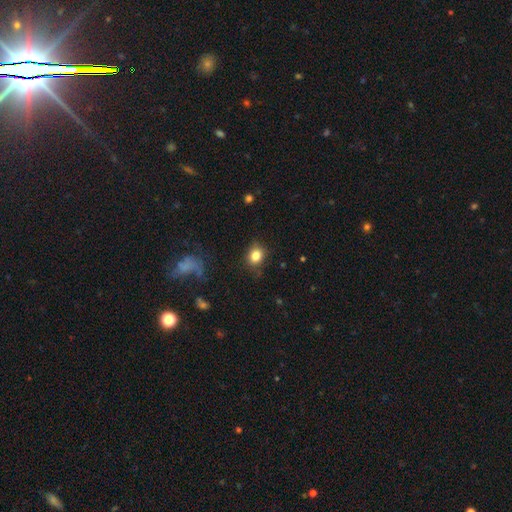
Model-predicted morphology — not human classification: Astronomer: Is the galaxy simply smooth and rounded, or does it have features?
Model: smooth — 83%.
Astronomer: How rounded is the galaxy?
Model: round — 60% (runner-up: in between, 39%).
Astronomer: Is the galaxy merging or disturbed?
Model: none — 78%.